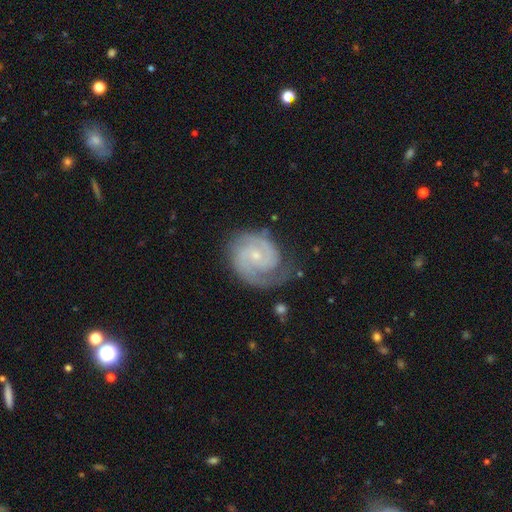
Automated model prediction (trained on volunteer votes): Overall: featured or disk (88%). Edge-on disk: no (98%). Bar: no (63%; weak 32%). Spiral arms: yes (97%). Spiral arm count: 2 (66%). Spiral winding: tight (62%; medium 32%). Bulge size: small (73%). Merging: none (67%).